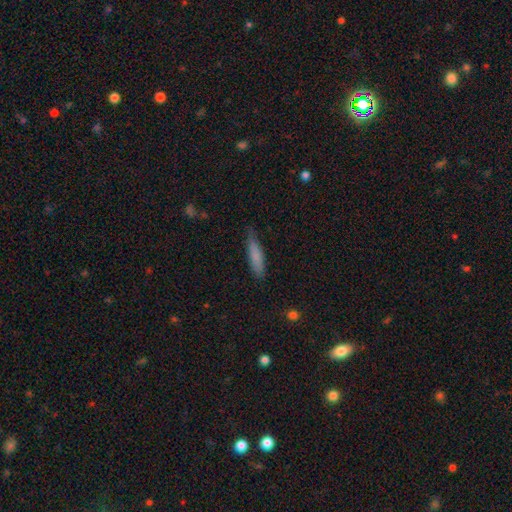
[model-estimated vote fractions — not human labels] Smooth or featured? Predicted: smooth (p=0.80). How rounded? Predicted: cigar-shaped (p=0.78). Merging? Predicted: none (p=0.74).